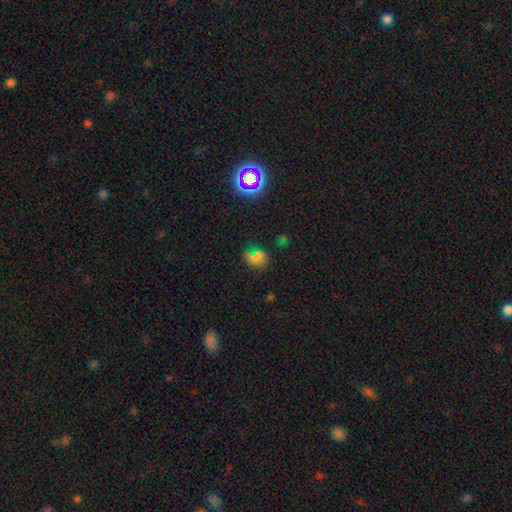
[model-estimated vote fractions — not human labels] This is possibly a smooth galaxy (56%). How rounded: possibly round (51%). Merging: likely none (62%).